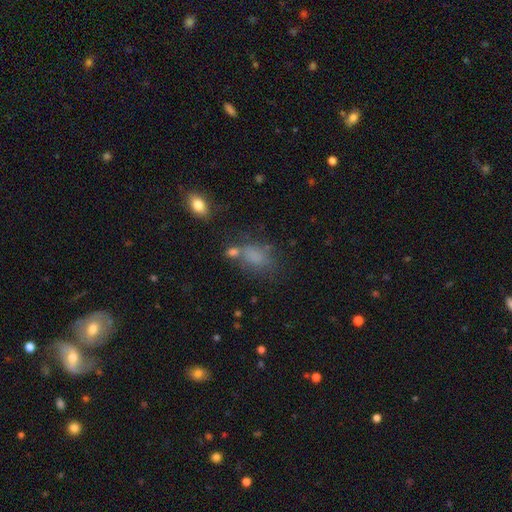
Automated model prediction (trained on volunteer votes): Morphology: type=smooth (75%); roundness=in between (78%); merging=none (45%).